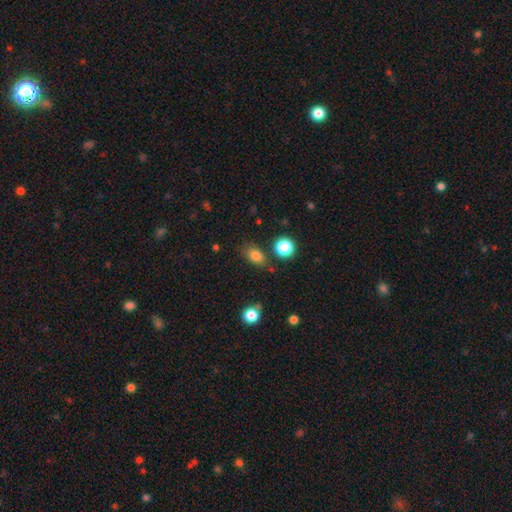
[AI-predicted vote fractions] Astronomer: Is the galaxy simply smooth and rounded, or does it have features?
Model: smooth — 82%.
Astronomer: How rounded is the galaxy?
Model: in between — 75%.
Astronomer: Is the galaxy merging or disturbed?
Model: none — 76%.